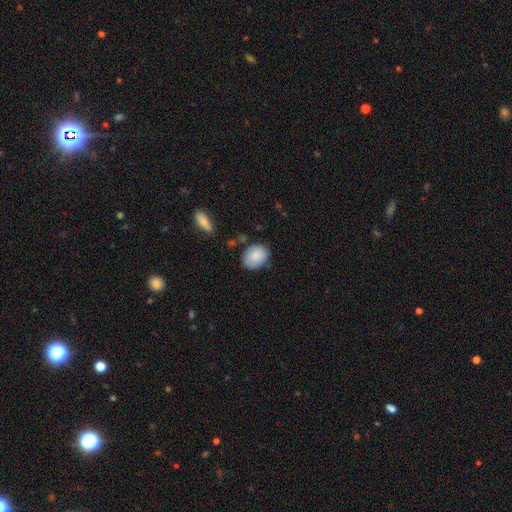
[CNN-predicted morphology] Overall: smooth (87%). How rounded: in between (61%; round 38%). Merging: none (73%).